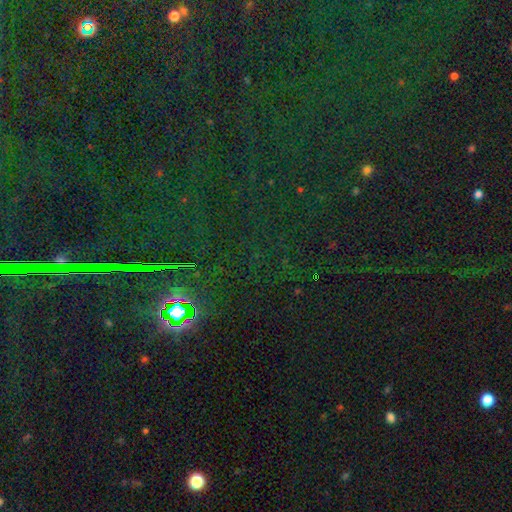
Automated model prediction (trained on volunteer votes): A star or artifact, not a galaxy (86%).

Vote fractions:
- Smooth or featured? star or artifact: 86% / smooth: 8% / featured or disk: 6%